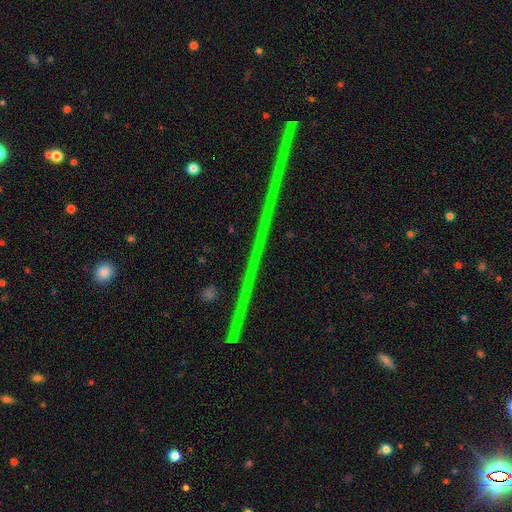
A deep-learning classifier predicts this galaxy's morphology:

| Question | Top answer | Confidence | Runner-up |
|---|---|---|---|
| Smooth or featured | star or artifact | 77% | featured or disk (15%) |